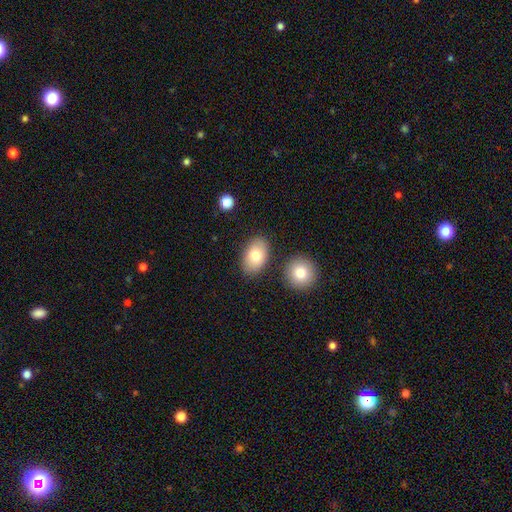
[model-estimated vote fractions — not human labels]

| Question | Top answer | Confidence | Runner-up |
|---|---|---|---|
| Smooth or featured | smooth | 77% | featured or disk (16%) |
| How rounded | in between | 88% | round (10%) |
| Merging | none | 79% | minor disturbance (11%) |